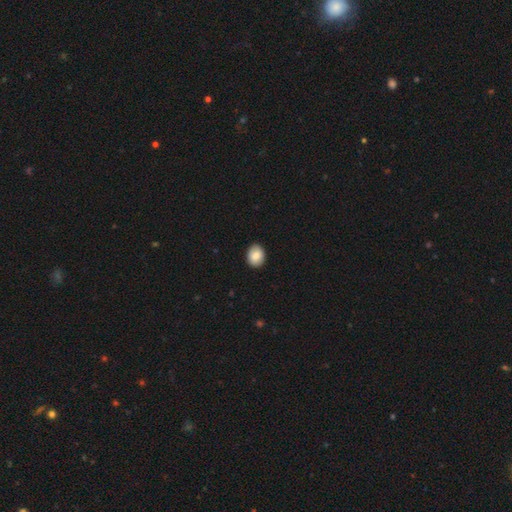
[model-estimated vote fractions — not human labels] Morphology: type=smooth (86%); roundness=in between (54%); merging=none (89%).